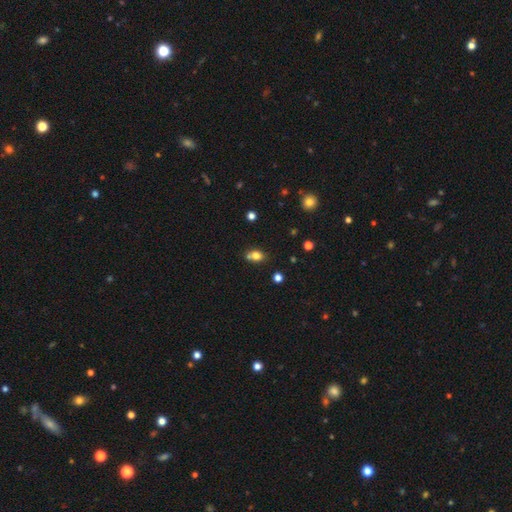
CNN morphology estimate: Smooth or featured? smooth (77%)
How rounded? in between (59%)
Merging? none (53%)